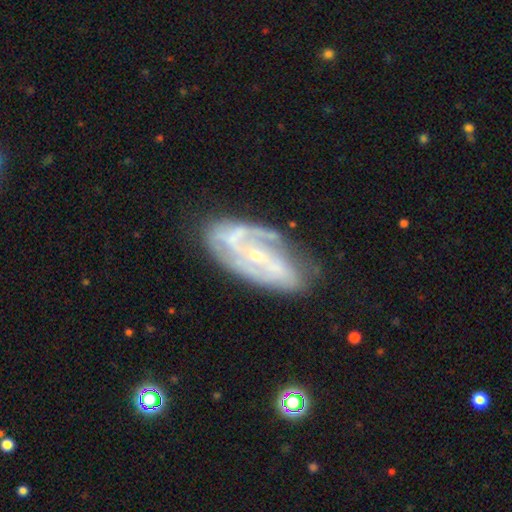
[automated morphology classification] A featured or disk galaxy (85%) with no bar (42%), 2 (56%) medium (42%, tied with tight) spiral arms (93%) and a small central bulge (75%). Merging: none (66%).